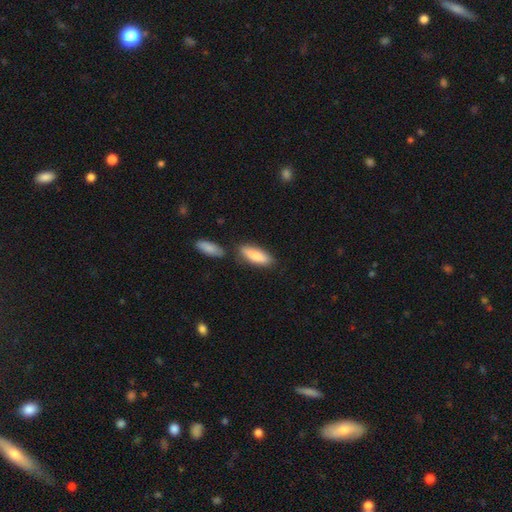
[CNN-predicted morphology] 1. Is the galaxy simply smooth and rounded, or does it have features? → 83% smooth, 11% featured or disk, 5% star or artifact.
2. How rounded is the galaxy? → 61% in between, 37% cigar-shaped, 2% round.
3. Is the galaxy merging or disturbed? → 69% none, 14% minor disturbance, 13% merger, 3% major disturbance.